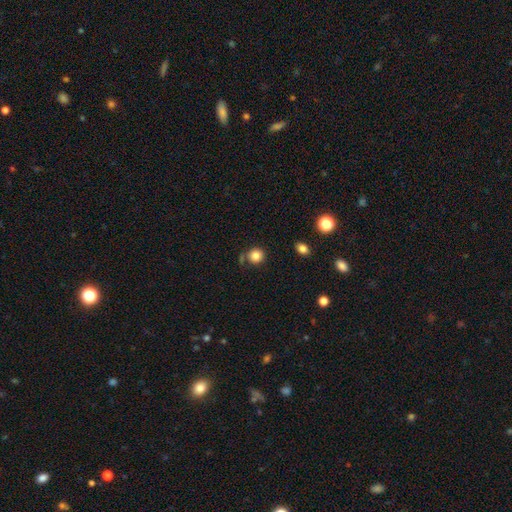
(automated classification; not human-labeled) Smooth or featured: smooth — 84% (star or artifact — 10%)
How rounded: round — 90% (in between — 9%)
Merging: none — 74% (minor disturbance — 13%)